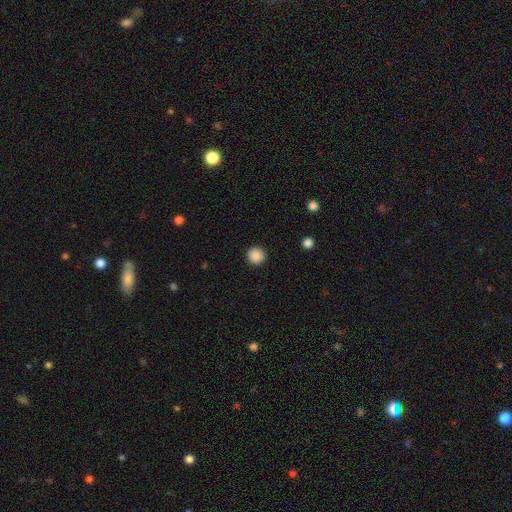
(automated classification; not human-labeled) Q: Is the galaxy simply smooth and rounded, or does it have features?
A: smooth — 88%.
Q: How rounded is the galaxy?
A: round — 96%.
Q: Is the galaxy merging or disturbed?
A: none — 93%.